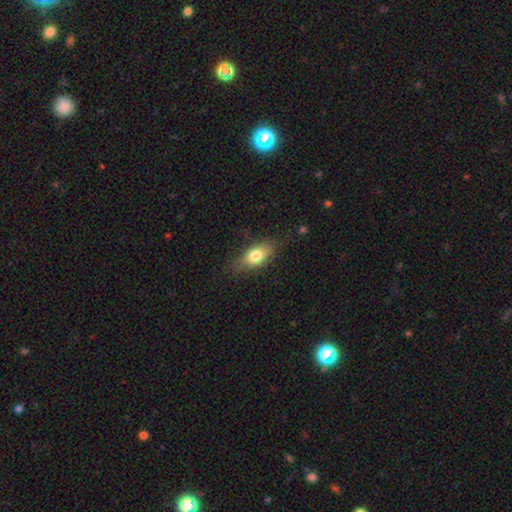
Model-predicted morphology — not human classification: A smooth galaxy with no disk features (74%) that is in between round and cigar-shaped (80%).

Vote fractions:
- Smooth or featured? smooth: 74% / featured or disk: 18% / star or artifact: 8%
- How rounded? in between: 80% / cigar-shaped: 12% / round: 8%
- Merging? none: 76% / minor disturbance: 18% / major disturbance: 5% / merger: 1%